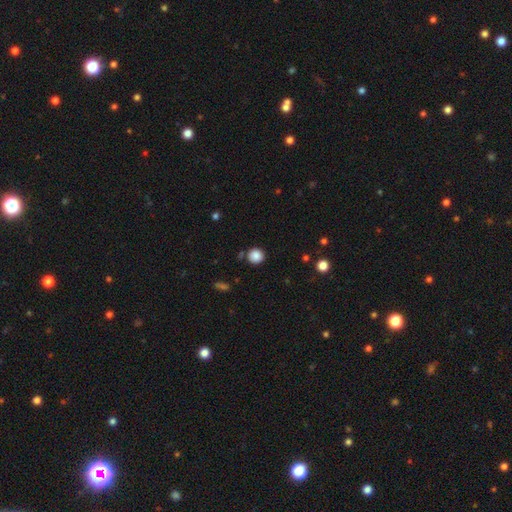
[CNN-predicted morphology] A smooth galaxy with no disk features (86%) that is round (93%). Merging: none (85%).